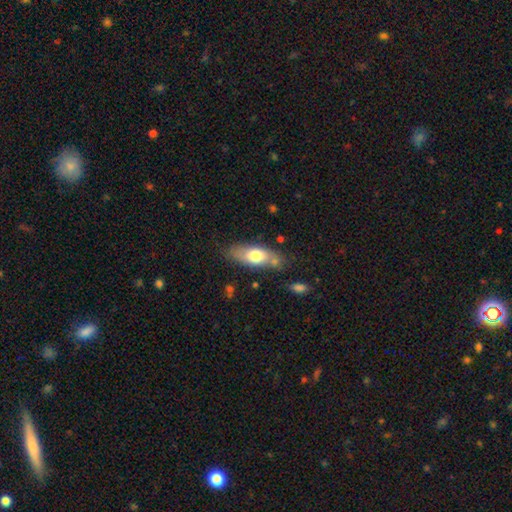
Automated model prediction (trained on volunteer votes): Q: Smooth or featured?
A: smooth (68%); runner-up: featured or disk (26%)
Q: How rounded?
A: in between (77%); runner-up: cigar-shaped (20%)
Q: Merging?
A: none (70%); runner-up: minor disturbance (18%)